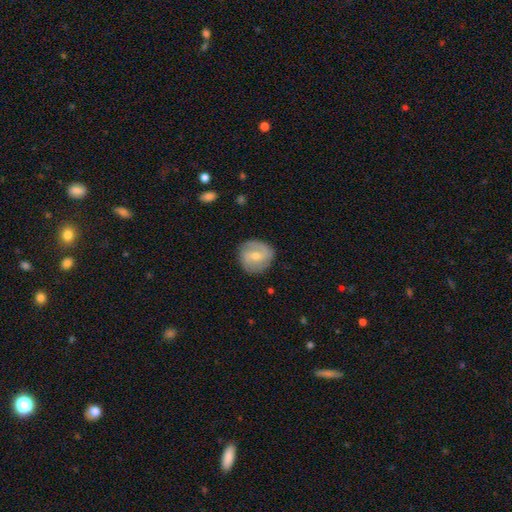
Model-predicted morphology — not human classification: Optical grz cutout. It shows a featured or disk galaxy (62%) with a weak bar (49%), 2 (72%) medium (45%) spiral arms (86%) and a moderate central bulge (49%). Merging: none (83%).